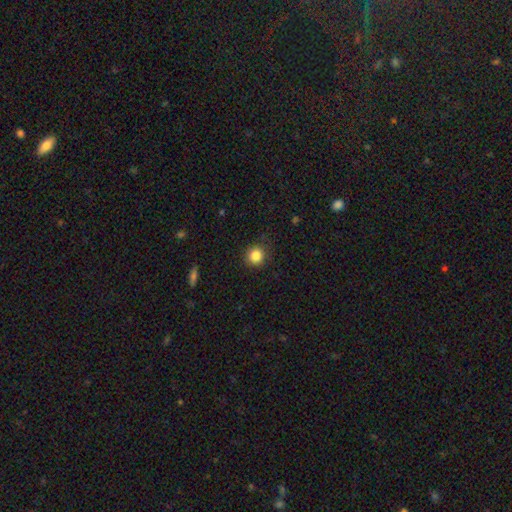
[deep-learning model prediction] Smooth or featured? Predicted: smooth (p=0.85). How rounded? Predicted: round (p=0.91). Merging? Predicted: none (p=0.87).